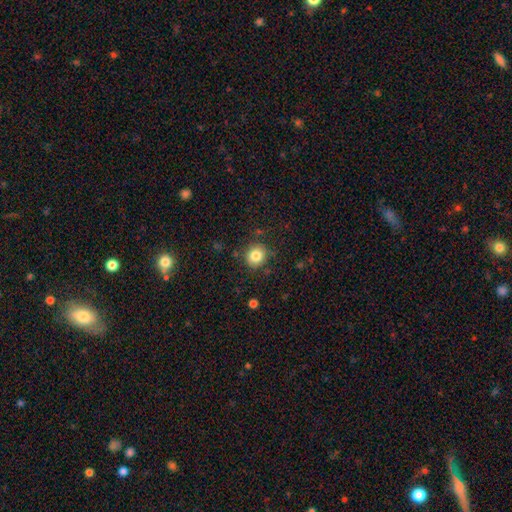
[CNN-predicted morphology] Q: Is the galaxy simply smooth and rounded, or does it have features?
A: smooth — 83%.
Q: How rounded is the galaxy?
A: round — 86%.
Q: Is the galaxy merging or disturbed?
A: none — 84%.